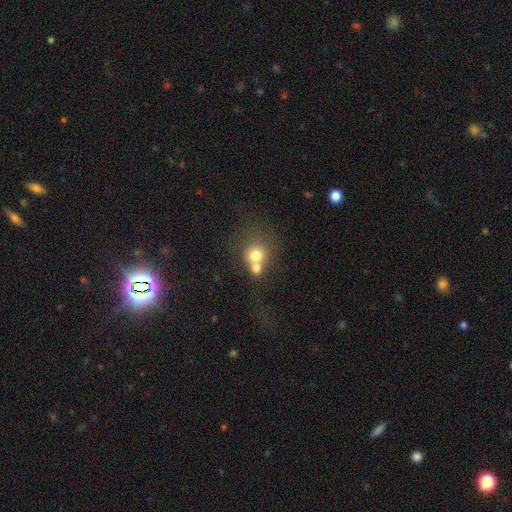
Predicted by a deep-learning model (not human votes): Smooth or featured? Predicted: smooth (p=0.69). How rounded? Predicted: round (p=0.77). Merging? Predicted: merger (p=0.60).